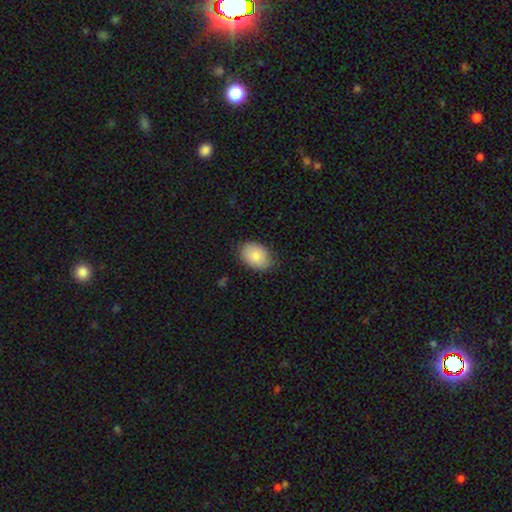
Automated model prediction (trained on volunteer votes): A smooth galaxy with no disk features (82%) that is in between round and cigar-shaped (77%).

Vote fractions:
- Smooth or featured? smooth: 82% / featured or disk: 11% / star or artifact: 7%
- How rounded? in between: 77% / round: 22% / cigar-shaped: 1%
- Merging? none: 78% / minor disturbance: 17% / major disturbance: 3% / merger: 1%